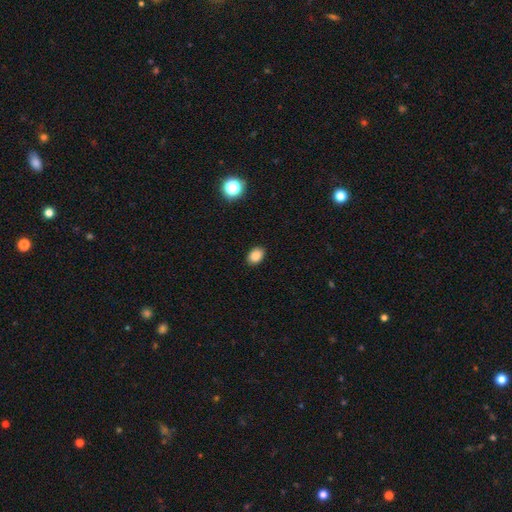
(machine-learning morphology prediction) The model was most divided on "how rounded": in between: 78%, round: 21%, cigar-shaped: 1%. More confident: merging — none (90%); smooth or featured — smooth (87%).